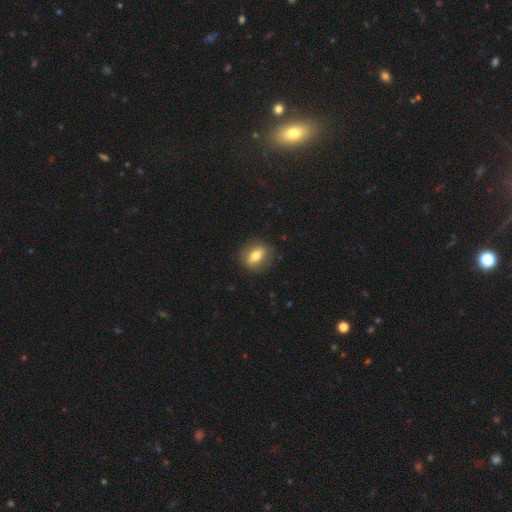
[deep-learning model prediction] This appears to be a smooth galaxy with no disk features (66%) that is in between round and cigar-shaped (60%). Merging: none (85%).